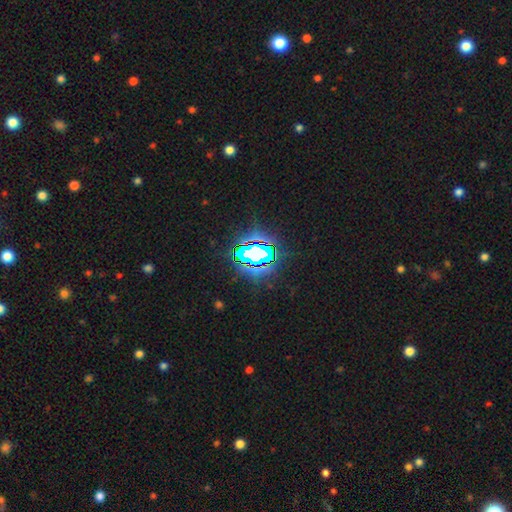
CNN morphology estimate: Smooth or featured? star or artifact (71%)